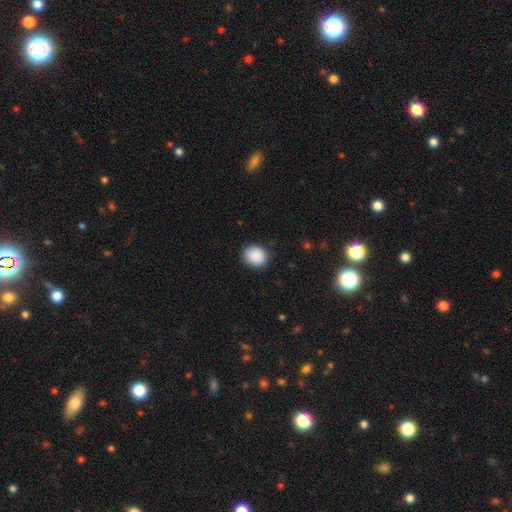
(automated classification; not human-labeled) Smooth or featured? Predicted: smooth (p=0.90). How rounded? Predicted: round (p=0.62). Merging? Predicted: none (p=0.88).